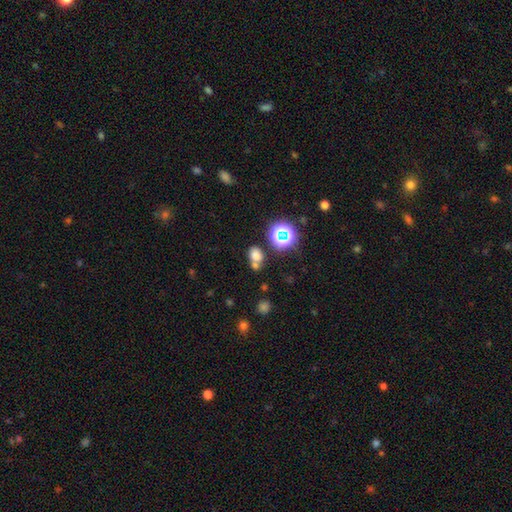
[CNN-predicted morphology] Overall: smooth (68%). How rounded: in between (55%; round 43%). Merging: none (48%; merger 37%).